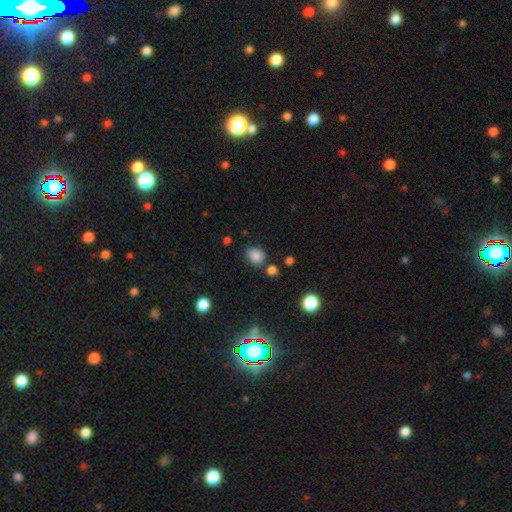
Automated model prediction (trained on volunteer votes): Smooth or featured: smooth — 81% (star or artifact — 12%)
How rounded: in between — 51% (round — 48%)
Merging: none — 65% (minor disturbance — 22%)